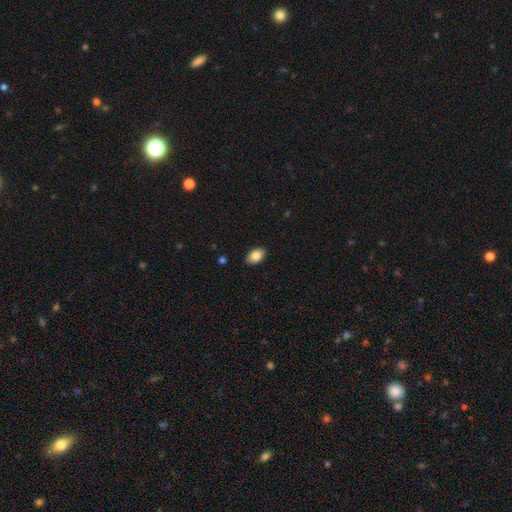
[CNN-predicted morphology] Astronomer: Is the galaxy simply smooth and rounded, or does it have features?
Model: smooth — 85%.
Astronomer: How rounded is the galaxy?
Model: in between — 92%.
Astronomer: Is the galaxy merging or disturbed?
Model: none — 89%.